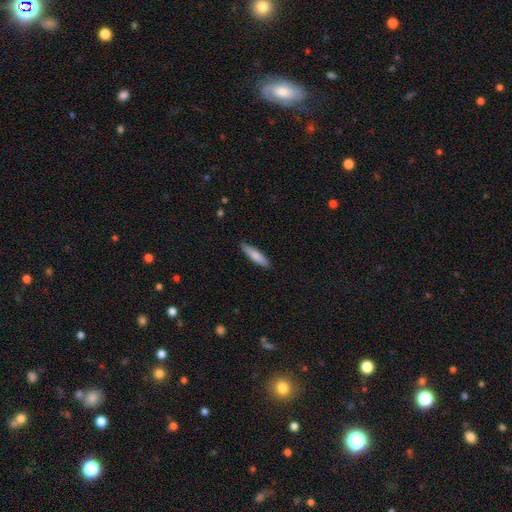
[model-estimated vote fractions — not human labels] The model was most divided on "how rounded": cigar-shaped: 78%, in between: 21%, round: 1%. More confident: merging — none (89%); smooth or featured — smooth (77%).